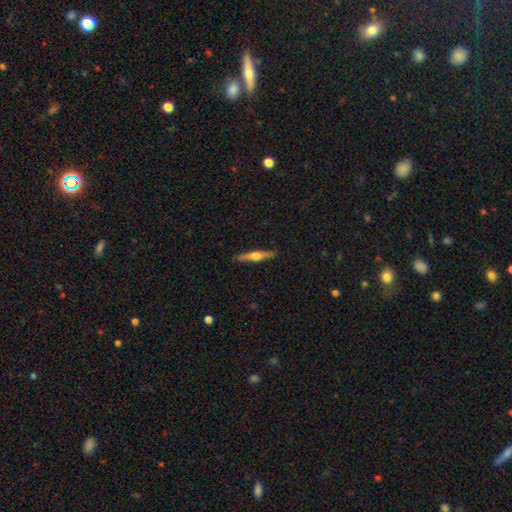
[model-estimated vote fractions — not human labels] smooth_or_featured: featured or disk (p=0.58) [alt: smooth p=0.36]
disk_edge_on: yes (p=0.96) [alt: no p=0.04]
edge_on_bulge: rounded (p=0.91) [alt: none p=0.05]
merging: none (p=0.90) [alt: minor disturbance p=0.07]